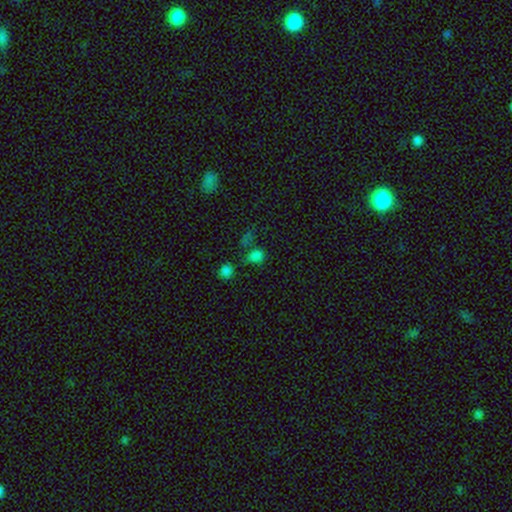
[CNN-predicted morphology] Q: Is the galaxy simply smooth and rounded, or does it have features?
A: smooth — 62%.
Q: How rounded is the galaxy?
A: round — 49%.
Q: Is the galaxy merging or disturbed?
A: none — 54%.